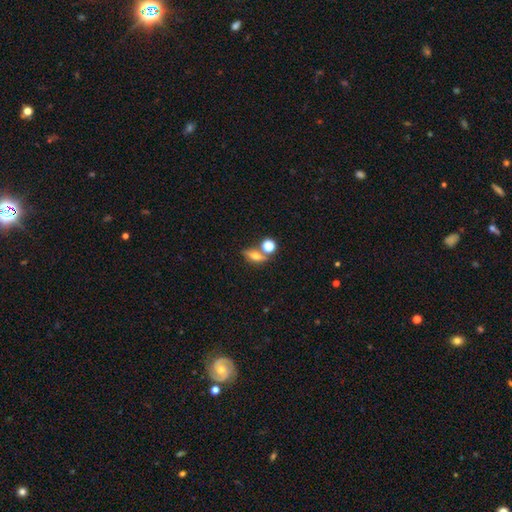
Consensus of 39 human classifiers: smooth_or_featured: featured or disk (p=0.62) [alt: smooth p=0.31]
disk_edge_on: yes (p=0.88) [alt: no p=0.12]
edge_on_bulge: rounded (p=0.95) [alt: boxy p=0.05]
merging: none (p=0.67) [alt: merger p=0.25]